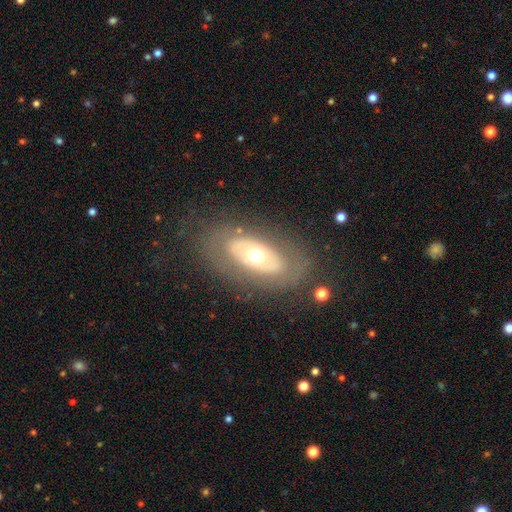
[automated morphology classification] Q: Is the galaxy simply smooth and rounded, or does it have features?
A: featured or disk — 58%.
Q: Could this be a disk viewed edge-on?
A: no — 89%.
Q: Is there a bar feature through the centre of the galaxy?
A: no — 88%.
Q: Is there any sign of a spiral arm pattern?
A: no — 85%.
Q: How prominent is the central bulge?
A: moderate — 69%.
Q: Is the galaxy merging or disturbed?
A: none — 77%.